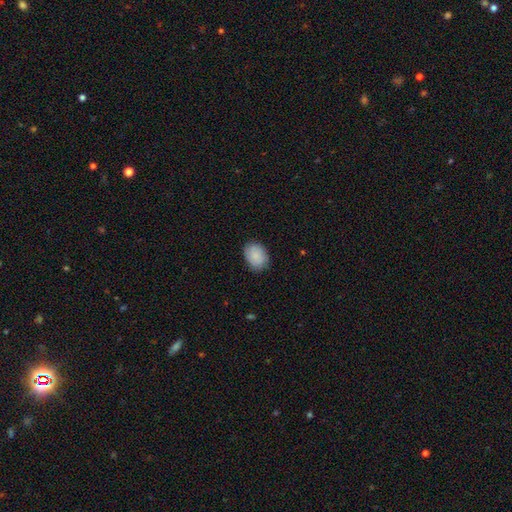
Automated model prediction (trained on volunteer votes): smooth 85%, featured or disk 9%, star or artifact 7%. Down the decision tree: how rounded — in between (66%); merging — none (83%).